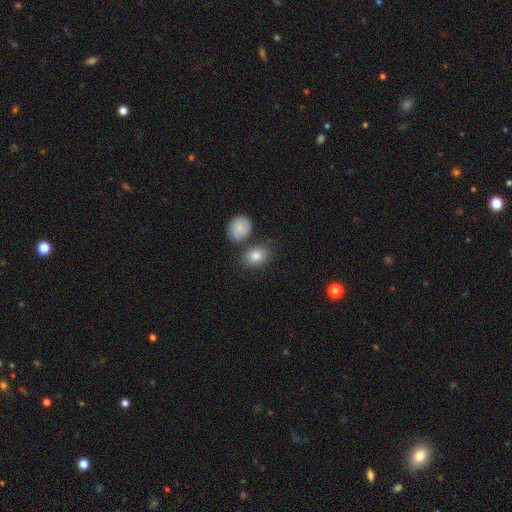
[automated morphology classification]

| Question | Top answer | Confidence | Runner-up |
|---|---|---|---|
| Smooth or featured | smooth | 82% | featured or disk (10%) |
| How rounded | in between | 65% | round (34%) |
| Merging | none | 67% | minor disturbance (15%) |